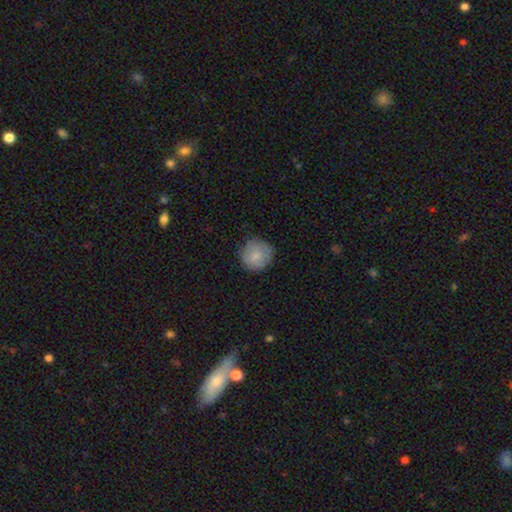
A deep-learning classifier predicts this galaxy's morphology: smooth_or_featured: smooth (p=0.81) [alt: featured or disk p=0.12]
how_rounded: round (p=0.93) [alt: in between p=0.06]
merging: none (p=0.80) [alt: minor disturbance p=0.16]